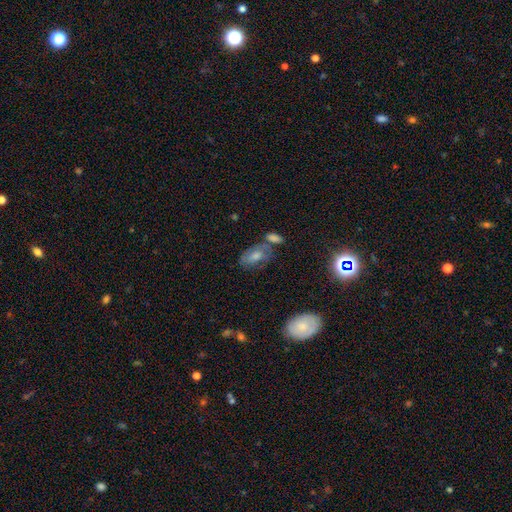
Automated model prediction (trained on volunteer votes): A smooth galaxy with no disk features (41%). Merging: none (54%).